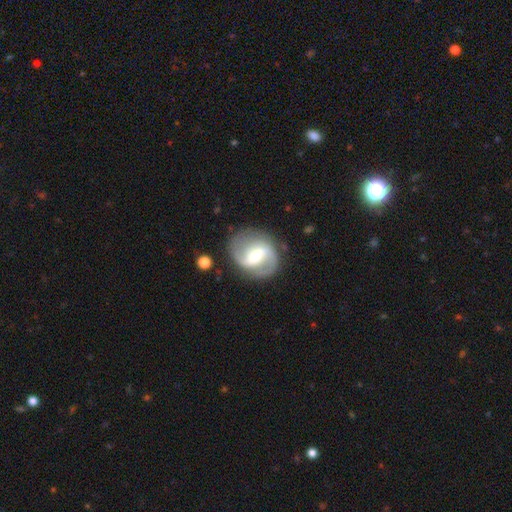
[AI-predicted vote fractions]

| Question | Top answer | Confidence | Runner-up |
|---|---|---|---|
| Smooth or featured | featured or disk | 82% | smooth (12%) |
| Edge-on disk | no | 97% | yes (3%) |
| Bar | weak | 44% | strong (36%) |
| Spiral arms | yes | 92% | no (8%) |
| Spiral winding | medium | 45% | loose (40%) |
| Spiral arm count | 2 | 90% | can't tell (4%) |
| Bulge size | moderate | 57% | small (36%) |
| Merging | none | 81% | minor disturbance (12%) |